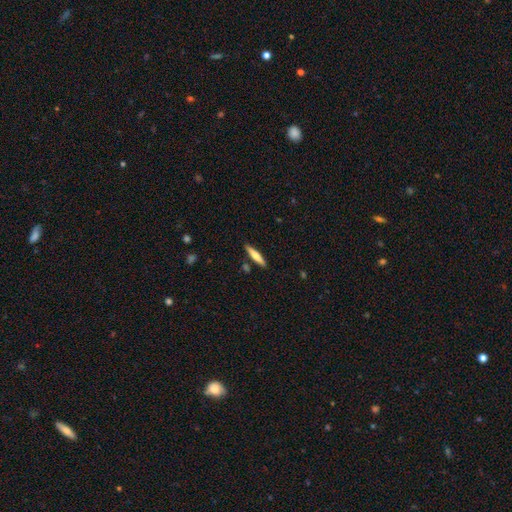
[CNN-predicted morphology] smooth 57%, featured or disk 37%, star or artifact 6%. Down the decision tree: how rounded — cigar-shaped (87%); merging — none (87%).